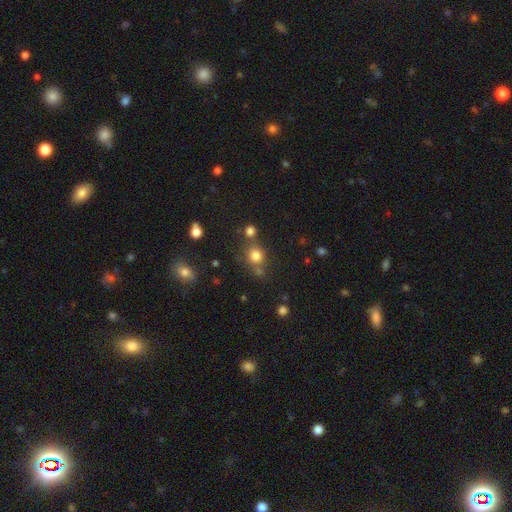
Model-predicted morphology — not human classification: type=smooth (78%); roundness=round (83%); merging=none (69%).